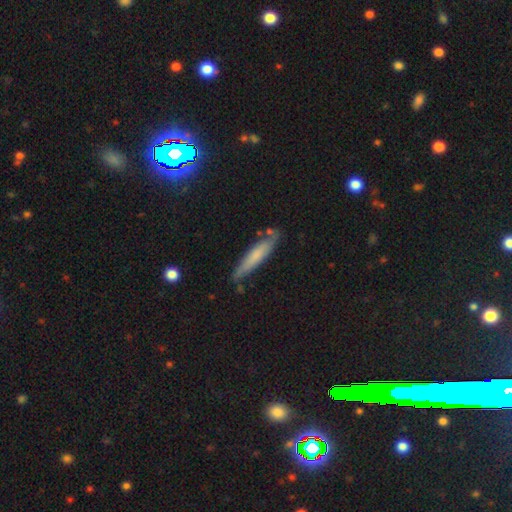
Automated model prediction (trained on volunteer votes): smooth_or_featured: smooth (p=0.60) [alt: featured or disk p=0.33]
how_rounded: cigar-shaped (p=0.87) [alt: in between p=0.11]
merging: none (p=0.73) [alt: minor disturbance p=0.19]